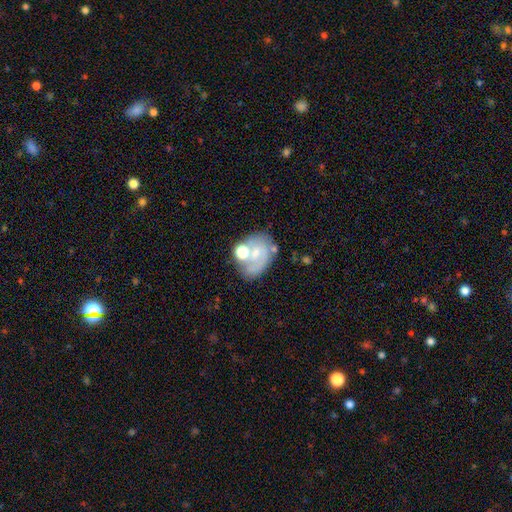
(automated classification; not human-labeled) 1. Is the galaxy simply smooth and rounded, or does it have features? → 46% featured or disk, 43% smooth, 12% star or artifact.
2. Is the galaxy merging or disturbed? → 44% none, 21% merger, 20% minor disturbance, 15% major disturbance.